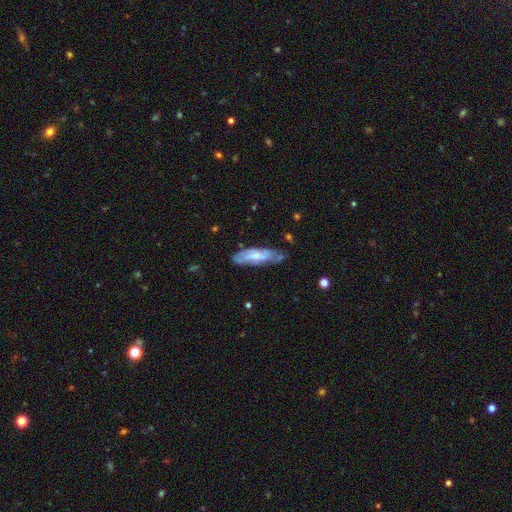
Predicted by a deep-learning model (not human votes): Smooth or featured? featured or disk (48%)
Merging? none (55%)